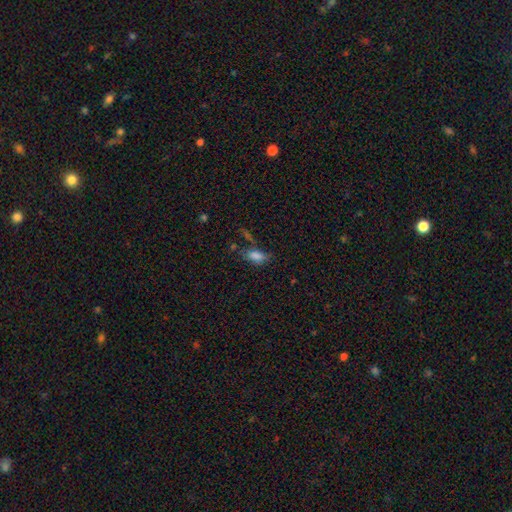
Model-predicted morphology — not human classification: smooth 77%, star or artifact 14%, featured or disk 10%. Down the decision tree: how rounded — in between (85%); merging — none (53%).